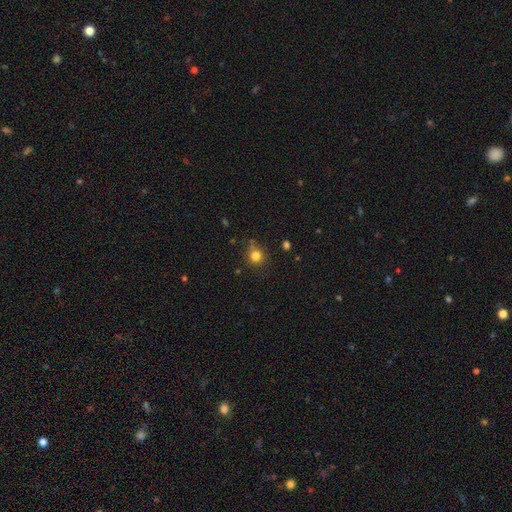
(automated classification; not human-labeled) A smooth galaxy with no disk features (81%) that is round (90%).

Vote fractions:
- Smooth or featured? smooth: 81% / star or artifact: 13% / featured or disk: 6%
- How rounded? round: 90% / in between: 9% / cigar-shaped: 1%
- Merging? none: 80% / minor disturbance: 12% / merger: 4% / major disturbance: 3%